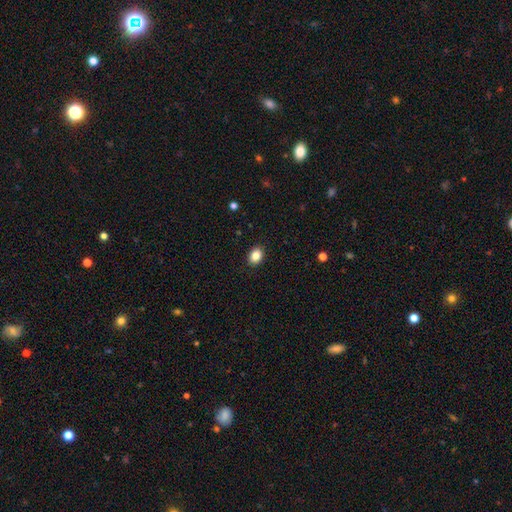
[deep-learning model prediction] Overall: smooth (86%). How rounded: in between (58%; round 41%). Merging: none (90%).